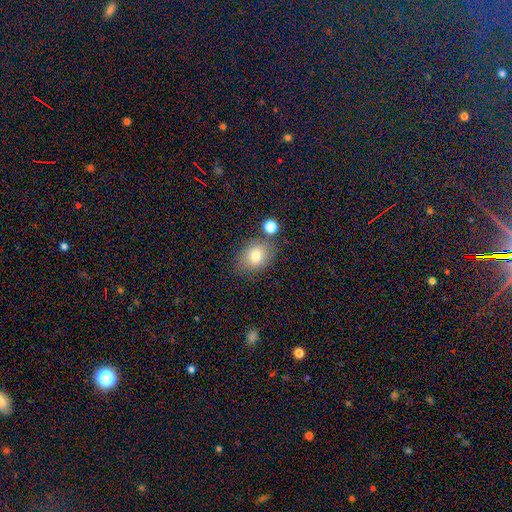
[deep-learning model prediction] Smooth or featured? smooth (79%)
How rounded? in between (61%)
Merging? none (71%)